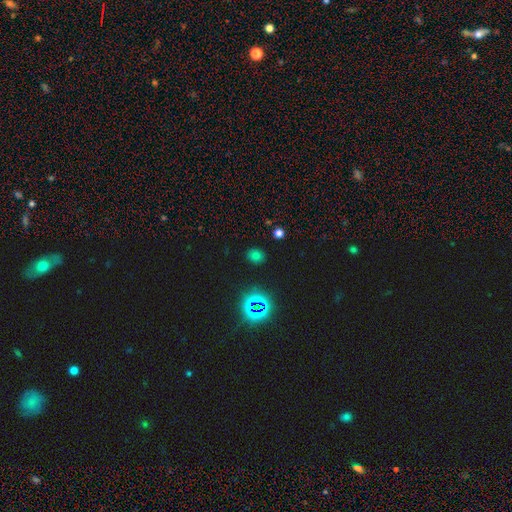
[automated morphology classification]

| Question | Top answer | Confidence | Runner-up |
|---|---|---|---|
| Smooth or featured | smooth | 62% | star or artifact (33%) |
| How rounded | round | 71% | in between (27%) |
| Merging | none | 88% | minor disturbance (8%) |